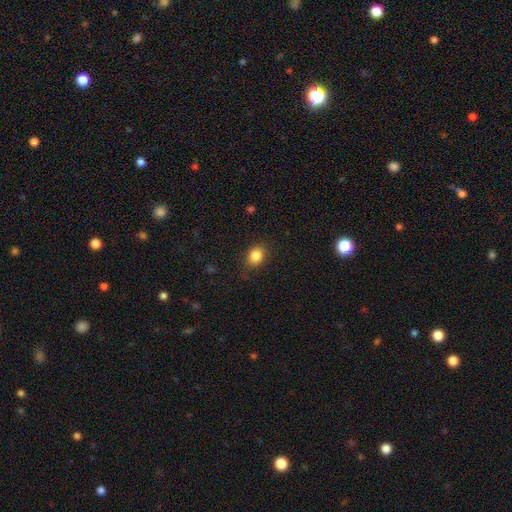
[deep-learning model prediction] This appears to be a smooth galaxy with no disk features (85%) that is in between round and cigar-shaped (50%). Merging: none (84%).